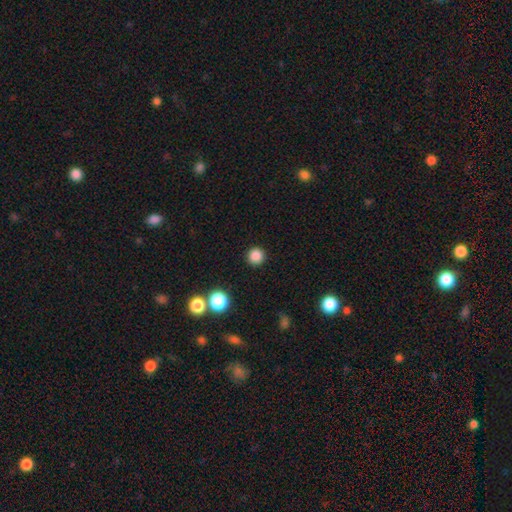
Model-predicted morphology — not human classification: Smooth or featured? smooth (85%)
How rounded? round (95%)
Merging? none (92%)